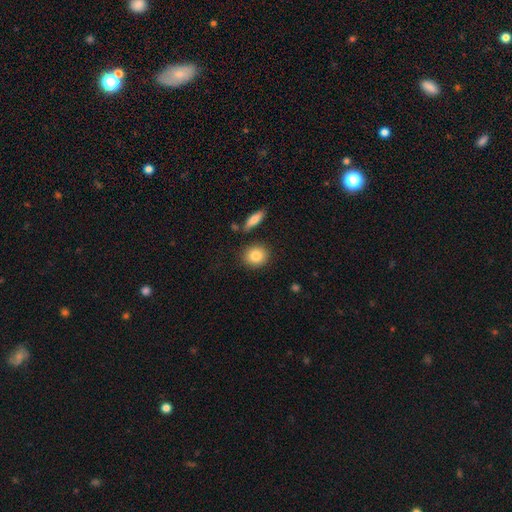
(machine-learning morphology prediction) Smooth or featured: smooth — 85% (featured or disk — 8%)
How rounded: round — 74% (in between — 24%)
Merging: none — 83% (minor disturbance — 9%)